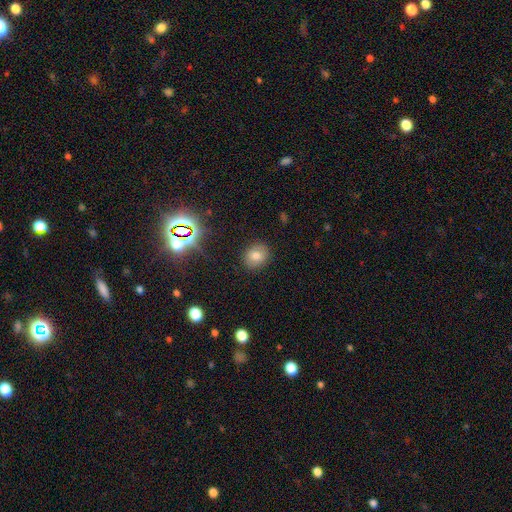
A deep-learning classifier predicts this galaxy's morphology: A smooth galaxy with no disk features (74%) that is round (64%).

Vote fractions:
- Smooth or featured? smooth: 74% / star or artifact: 16% / featured or disk: 10%
- How rounded? round: 64% / in between: 35% / cigar-shaped: 1%
- Merging? none: 87% / minor disturbance: 9% / major disturbance: 3% / merger: 1%